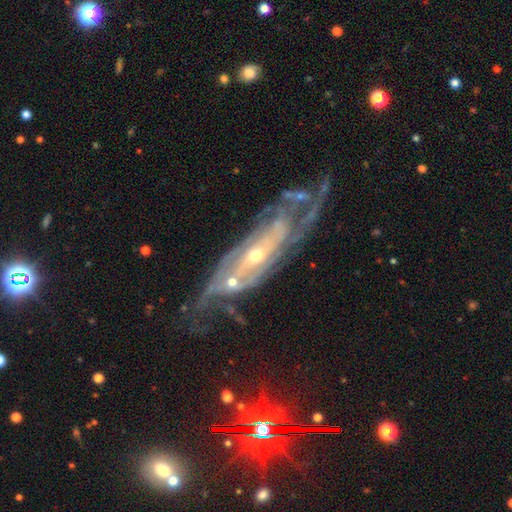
Volunteers were most divided on "spiral winding" (2-way tie): tight: 48%, medium: 48%, loose: 5%. Remaining: smooth or featured — featured or disk (87%); spiral arms — yes (84%); edge-on disk — no (74%); merging — none (54%); bulge size — small (52%); bar — no (44%); spiral arm count — can't tell (33%).